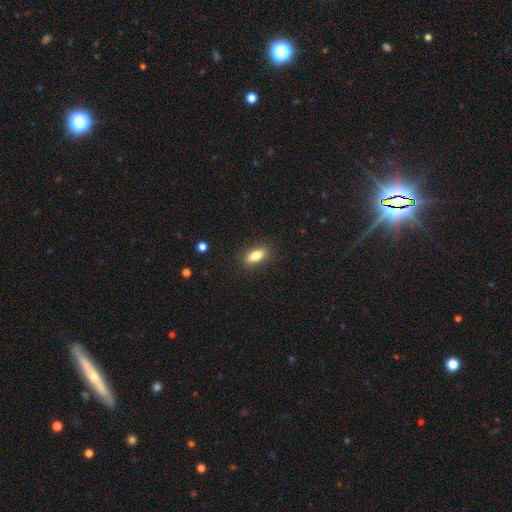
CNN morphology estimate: Smooth or featured? Predicted: smooth (p=0.80). How rounded? Predicted: in between (p=0.83). Merging? Predicted: none (p=0.88).